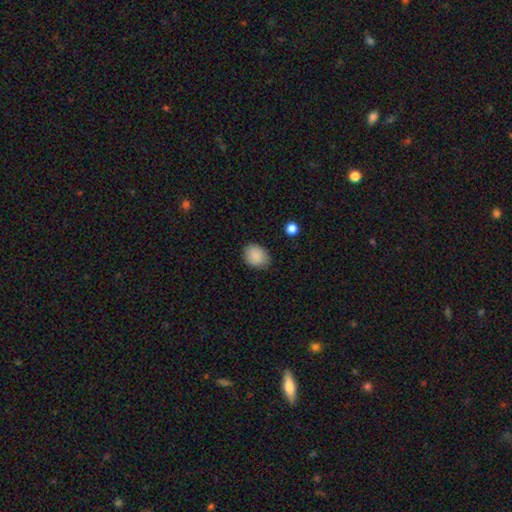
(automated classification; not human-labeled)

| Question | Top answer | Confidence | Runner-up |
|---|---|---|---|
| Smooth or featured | smooth | 88% | star or artifact (8%) |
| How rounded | round | 50% | in between (49%) |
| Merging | none | 81% | minor disturbance (15%) |